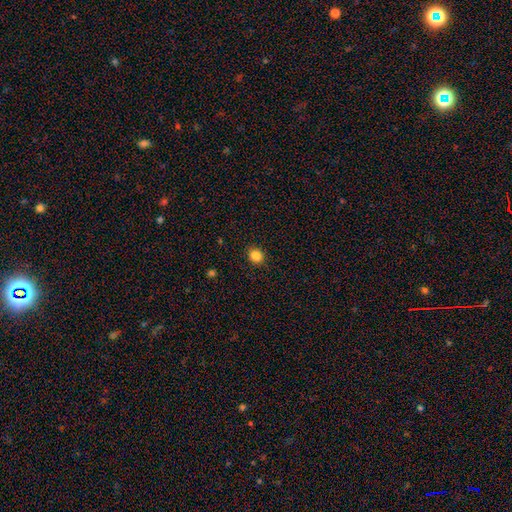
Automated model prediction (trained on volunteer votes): smooth_or_featured: smooth (p=0.85) [alt: star or artifact p=0.11]
how_rounded: round (p=0.78) [alt: in between p=0.21]
merging: none (p=0.90) [alt: minor disturbance p=0.07]